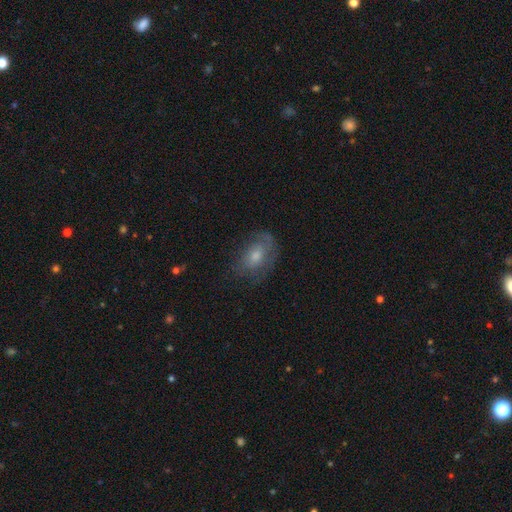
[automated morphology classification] Overall: featured or disk (47%; smooth 41%). Merging: none (62%; minor disturbance 23%).